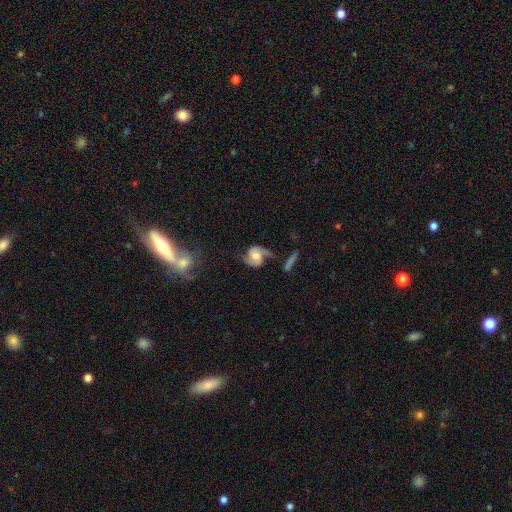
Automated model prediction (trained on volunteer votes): This appears to be a featured or disk galaxy (79%) with no bar (58%), 2 (90%) medium (47%) spiral arms (95%) and a moderate central bulge (44%). Merging: none (62%).